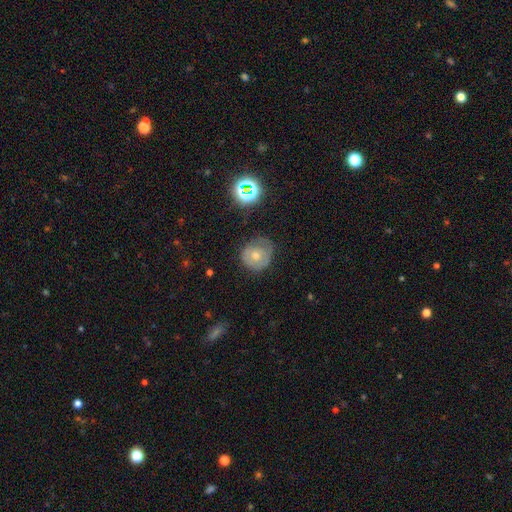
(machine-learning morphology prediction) Smooth or featured? smooth (54%)
How rounded? round (82%)
Merging? none (58%)